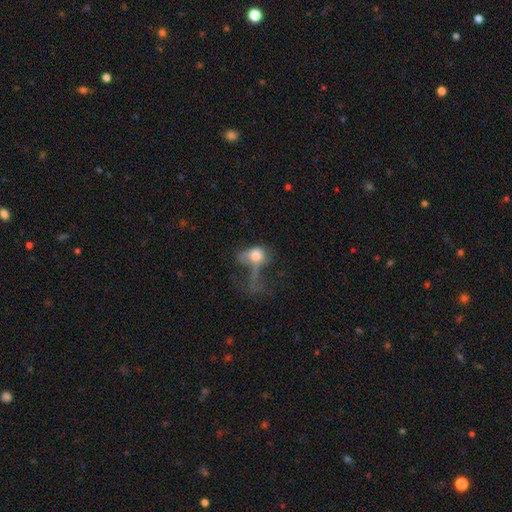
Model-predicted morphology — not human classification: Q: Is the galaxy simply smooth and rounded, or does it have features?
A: smooth — 59%.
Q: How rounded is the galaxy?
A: in between — 64%.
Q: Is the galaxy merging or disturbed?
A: major disturbance — 63%.